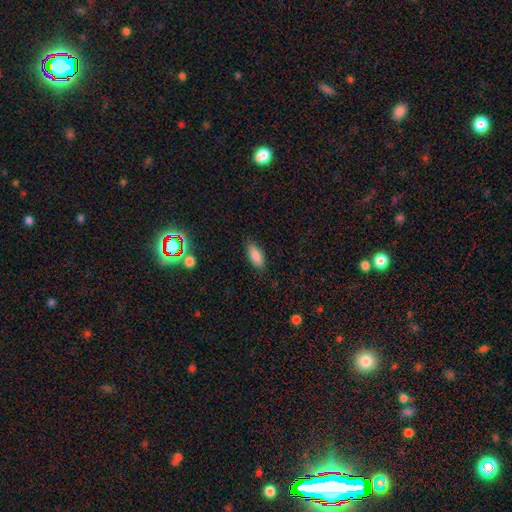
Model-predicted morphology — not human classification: This is clearly a smooth galaxy (86%). How rounded: clearly in between (85%). Merging: clearly none (83%).